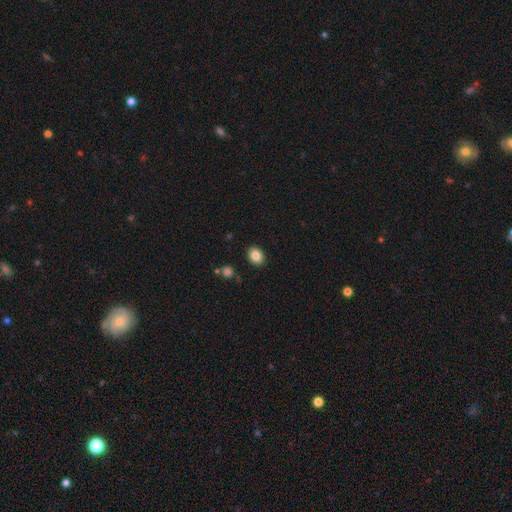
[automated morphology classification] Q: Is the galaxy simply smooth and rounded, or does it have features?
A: smooth — 84%.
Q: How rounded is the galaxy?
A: in between — 54%.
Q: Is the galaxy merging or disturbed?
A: none — 89%.